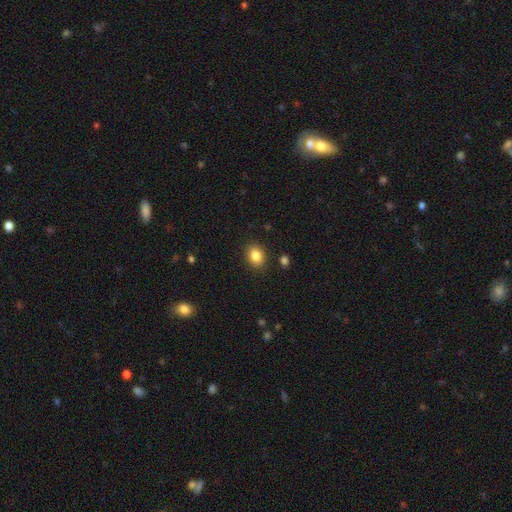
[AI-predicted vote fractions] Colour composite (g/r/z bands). It shows a smooth galaxy with no disk features (85%) that is in between round and cigar-shaped (56%). Merging: none (88%).